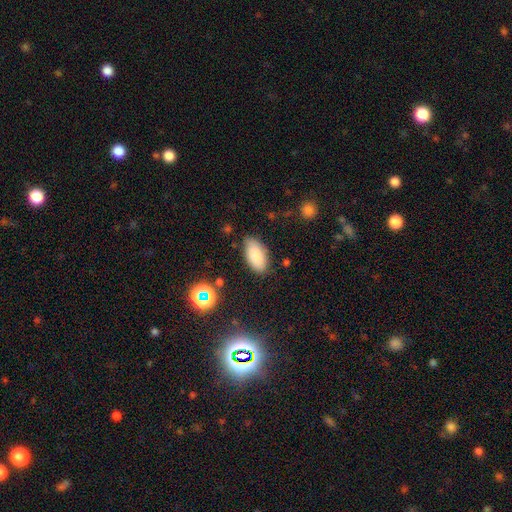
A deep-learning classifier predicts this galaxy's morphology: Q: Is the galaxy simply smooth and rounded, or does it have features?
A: smooth — 84%.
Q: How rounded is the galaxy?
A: in between — 93%.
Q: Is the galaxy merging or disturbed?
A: none — 81%.